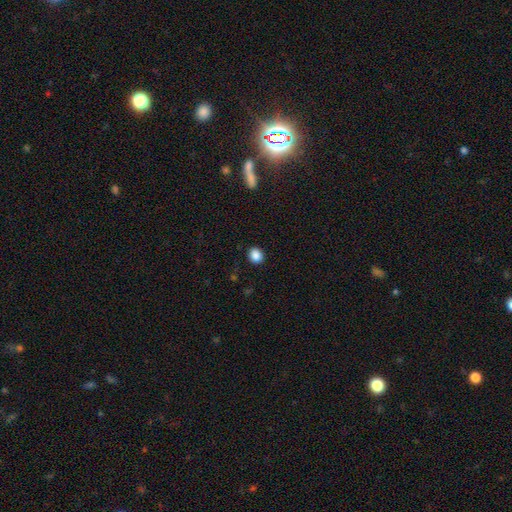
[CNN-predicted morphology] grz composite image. It shows a smooth galaxy with no disk features (87%) that is round (68%). Merging: none (91%).